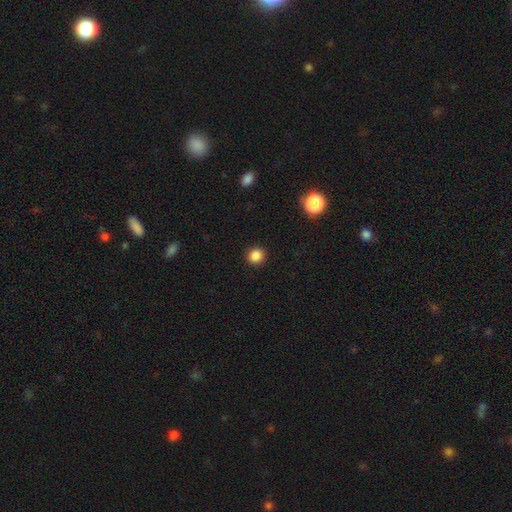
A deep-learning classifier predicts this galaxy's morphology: smooth 86%, star or artifact 11%, featured or disk 3%. Down the decision tree: how rounded — round (89%); merging — none (92%).